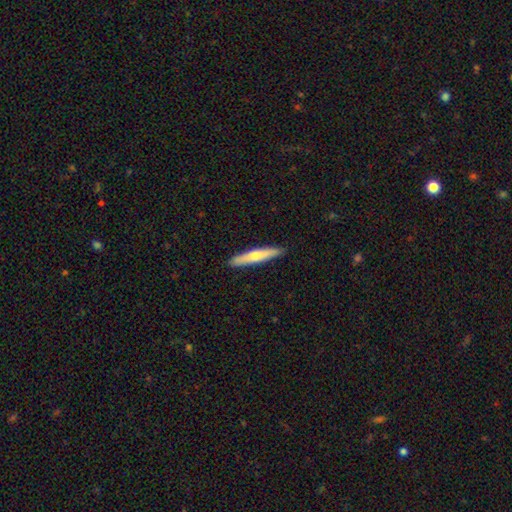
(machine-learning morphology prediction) The model was most divided on "smooth or featured": smooth: 54%, featured or disk: 41%, star or artifact: 5%. More confident: how rounded — cigar-shaped (91%); merging — none (91%).